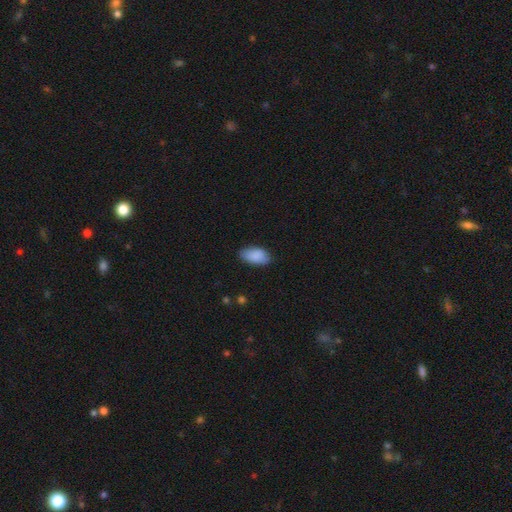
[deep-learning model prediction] Q: Smooth or featured?
A: smooth (89%); runner-up: star or artifact (6%)
Q: How rounded?
A: in between (94%); runner-up: round (3%)
Q: Merging?
A: none (78%); runner-up: minor disturbance (17%)